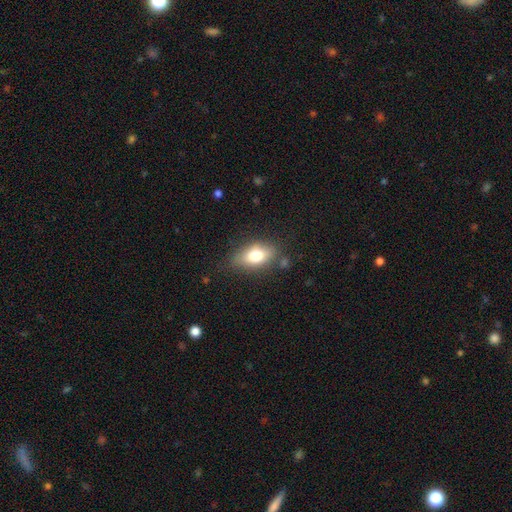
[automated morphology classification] This appears to be a smooth galaxy with no disk features (75%) that is in between round and cigar-shaped (85%). Merging: none (76%).